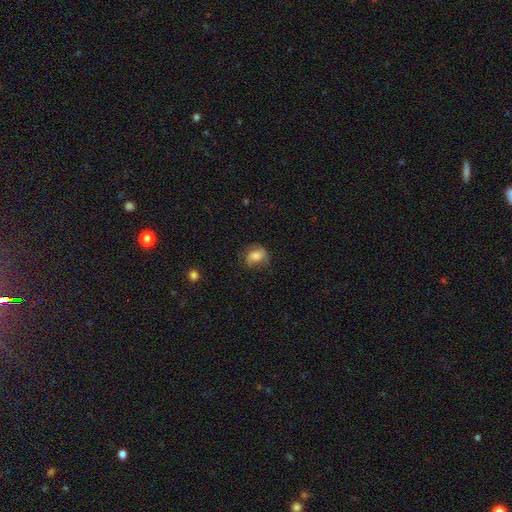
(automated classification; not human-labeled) A smooth galaxy with no disk features (69%) that is in between round and cigar-shaped (62%).

Vote fractions:
- Smooth or featured? smooth: 69% / featured or disk: 22% / star or artifact: 9%
- How rounded? in between: 62% / round: 37% / cigar-shaped: 1%
- Merging? none: 58% / minor disturbance: 27% / major disturbance: 14% / merger: 1%